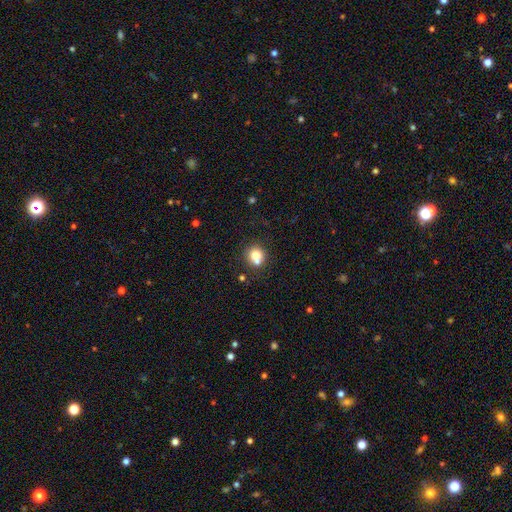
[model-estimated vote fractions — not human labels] Q: Smooth or featured?
A: smooth (75%); runner-up: featured or disk (13%)
Q: How rounded?
A: round (89%); runner-up: in between (10%)
Q: Merging?
A: none (59%); runner-up: merger (29%)